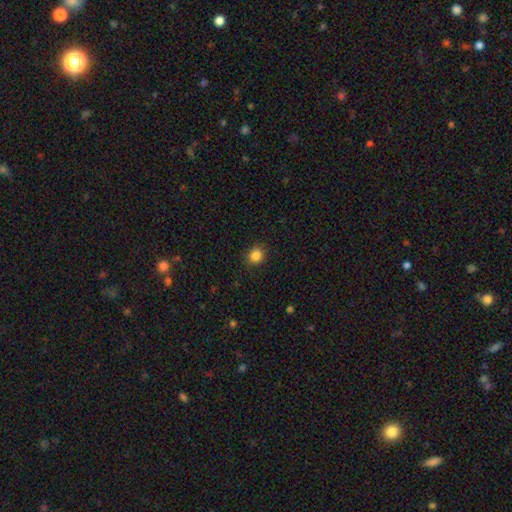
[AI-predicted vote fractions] A smooth galaxy with no disk features (85%) that is round (80%).

Vote fractions:
- Smooth or featured? smooth: 85% / star or artifact: 11% / featured or disk: 4%
- How rounded? round: 80% / in between: 19% / cigar-shaped: 1%
- Merging? none: 88% / minor disturbance: 8% / major disturbance: 2% / merger: 1%